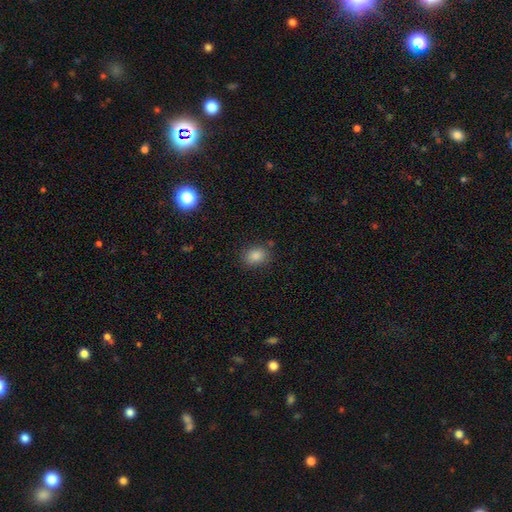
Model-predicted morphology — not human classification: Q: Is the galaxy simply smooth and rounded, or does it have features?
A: smooth — 86%.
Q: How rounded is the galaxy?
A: in between — 62%.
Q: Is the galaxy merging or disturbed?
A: none — 83%.